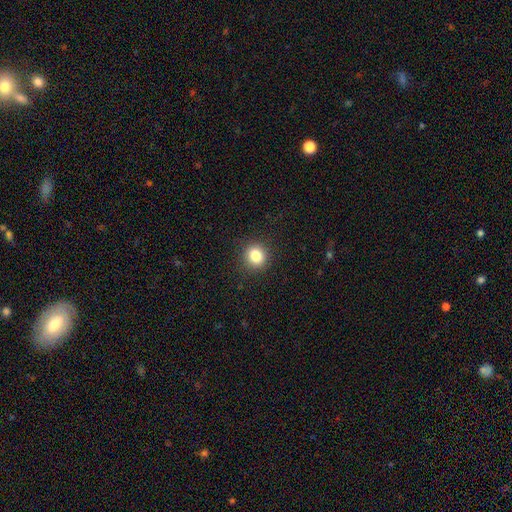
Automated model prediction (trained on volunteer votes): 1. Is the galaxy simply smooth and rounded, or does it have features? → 83% smooth, 11% star or artifact, 6% featured or disk.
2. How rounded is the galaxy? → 82% round, 17% in between, 1% cigar-shaped.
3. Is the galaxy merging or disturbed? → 90% none, 7% minor disturbance, 2% major disturbance, 1% merger.